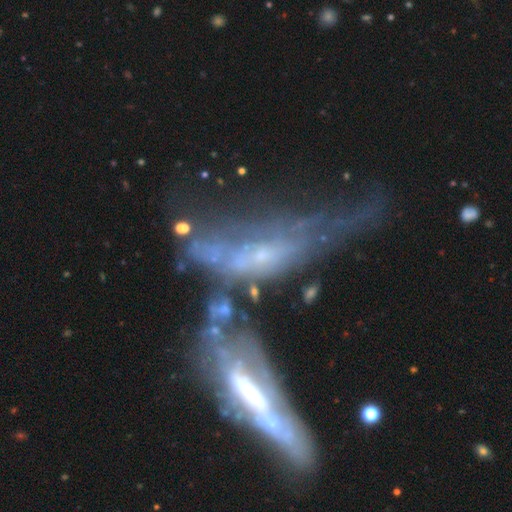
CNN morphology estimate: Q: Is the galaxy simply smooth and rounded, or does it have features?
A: featured or disk — 63%.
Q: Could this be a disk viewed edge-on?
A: no — 65%.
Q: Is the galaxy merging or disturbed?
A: merger — 40%.